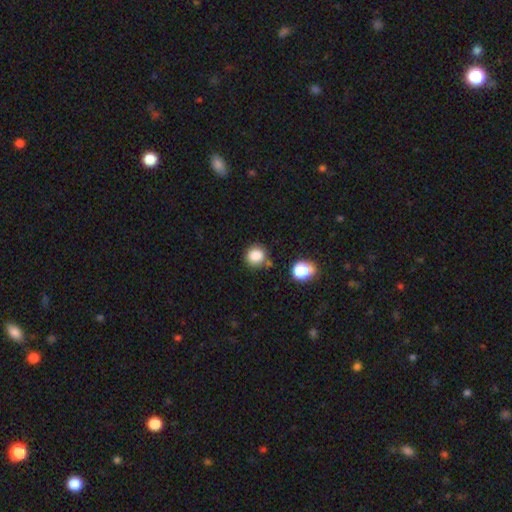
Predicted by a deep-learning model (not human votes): smooth 83%, star or artifact 11%, featured or disk 5%. Down the decision tree: how rounded — round (88%); merging — none (78%).